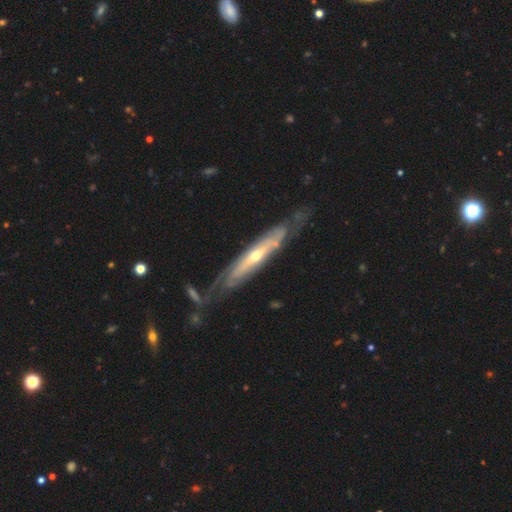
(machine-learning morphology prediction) Overall: featured or disk (82%). Edge-on disk: no (53%; yes 47%). Merging: none (63%).